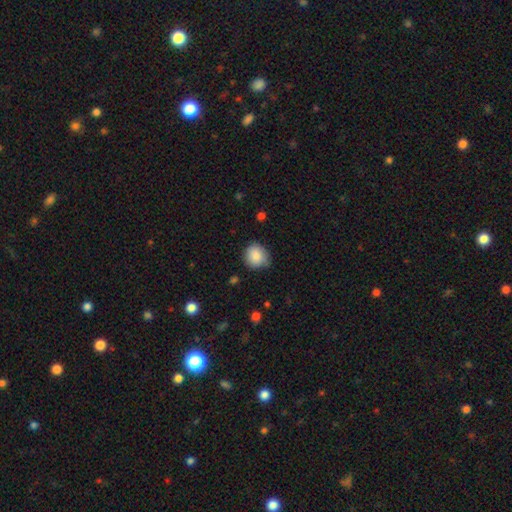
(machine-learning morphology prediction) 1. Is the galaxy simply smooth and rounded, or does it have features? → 86% smooth, 8% star or artifact, 6% featured or disk.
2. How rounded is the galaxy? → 84% round, 15% in between, 1% cigar-shaped.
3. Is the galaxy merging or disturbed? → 77% none, 18% minor disturbance, 3% major disturbance, 2% merger.